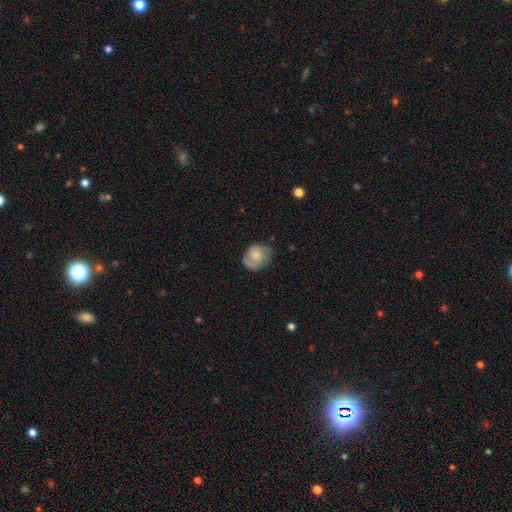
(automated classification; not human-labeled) Smooth or featured? Predicted: smooth (p=0.49). Merging? Predicted: none (p=0.58).